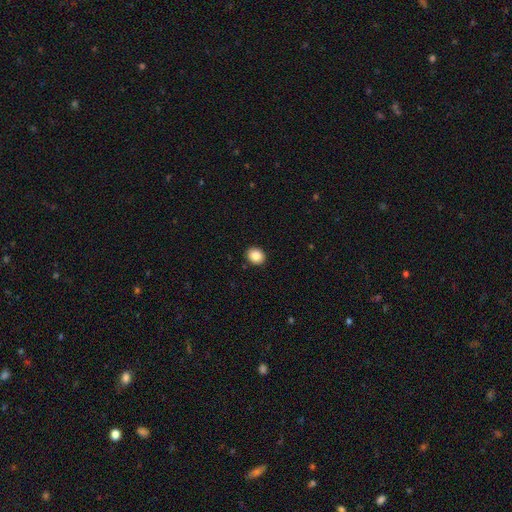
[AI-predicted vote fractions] A smooth galaxy with no disk features (87%) that is round (67%). Merging: none (91%).